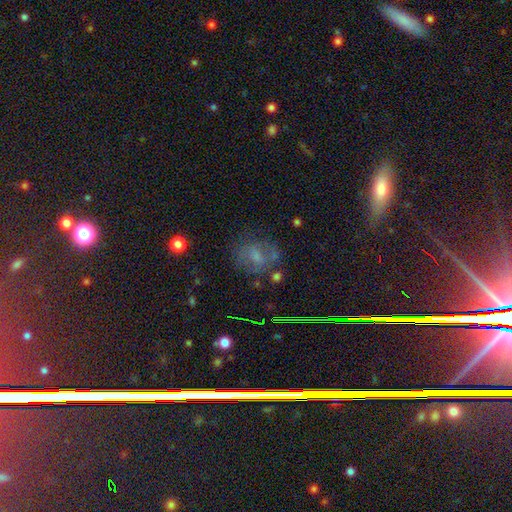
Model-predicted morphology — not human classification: smooth_or_featured: smooth (p=0.47) [alt: featured or disk p=0.32]
merging: none (p=0.59) [alt: minor disturbance p=0.21]